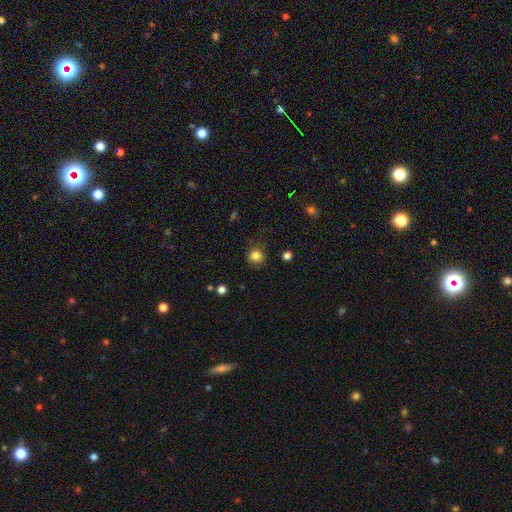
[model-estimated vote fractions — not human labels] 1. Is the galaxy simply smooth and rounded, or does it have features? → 82% smooth, 12% star or artifact, 6% featured or disk.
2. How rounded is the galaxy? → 88% round, 11% in between, 1% cigar-shaped.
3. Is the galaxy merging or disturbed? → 78% none, 16% minor disturbance, 5% major disturbance, 2% merger.